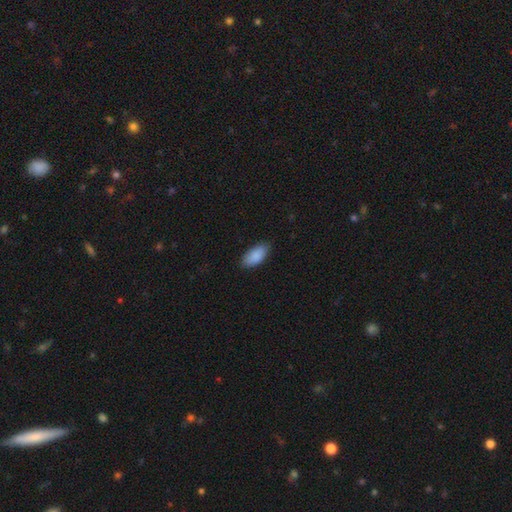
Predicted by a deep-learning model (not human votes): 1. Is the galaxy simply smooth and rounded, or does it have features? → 88% smooth, 6% star or artifact, 5% featured or disk.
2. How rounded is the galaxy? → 92% in between, 5% cigar-shaped, 2% round.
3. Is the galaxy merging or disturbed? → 82% none, 15% minor disturbance, 2% major disturbance, 1% merger.